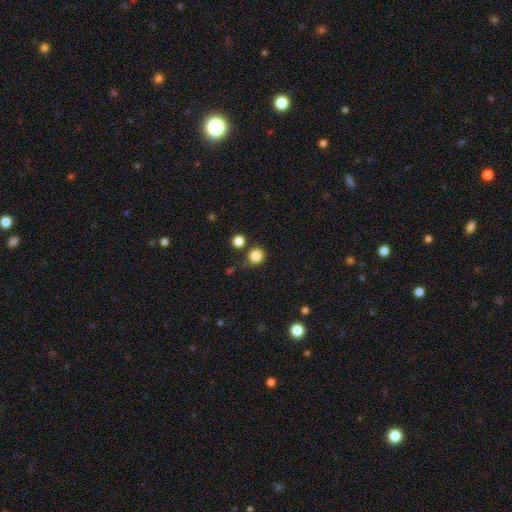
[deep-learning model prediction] The model was most divided on "merging": none: 78%, minor disturbance: 11%, merger: 8%, major disturbance: 4%. More confident: how rounded — round (93%); smooth or featured — smooth (85%).